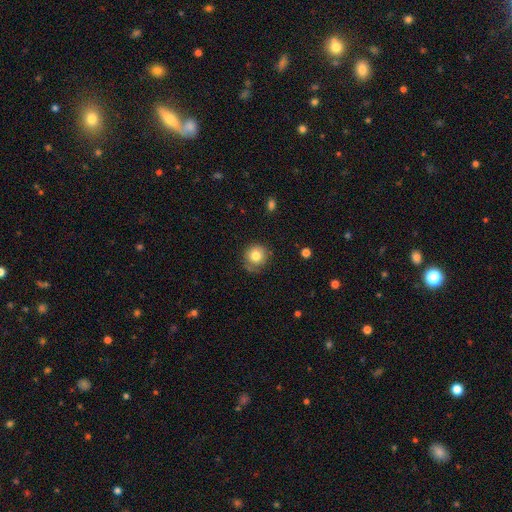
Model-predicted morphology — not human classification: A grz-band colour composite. It shows a smooth galaxy with no disk features (79%) that is round (91%). Merging: none (74%).